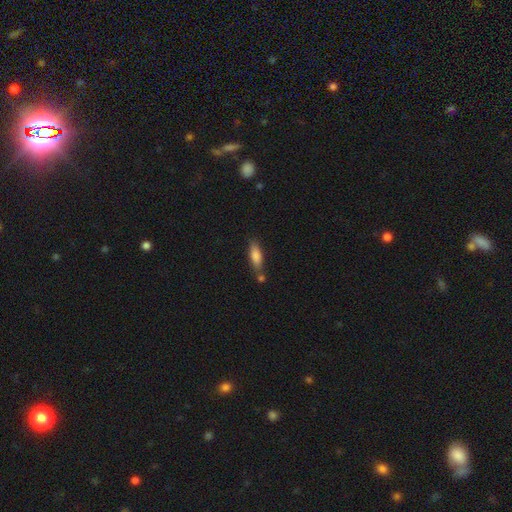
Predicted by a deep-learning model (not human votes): Q: Smooth or featured?
A: smooth (81%); runner-up: featured or disk (12%)
Q: How rounded?
A: in between (55%); runner-up: cigar-shaped (43%)
Q: Merging?
A: none (67%); runner-up: minor disturbance (16%)